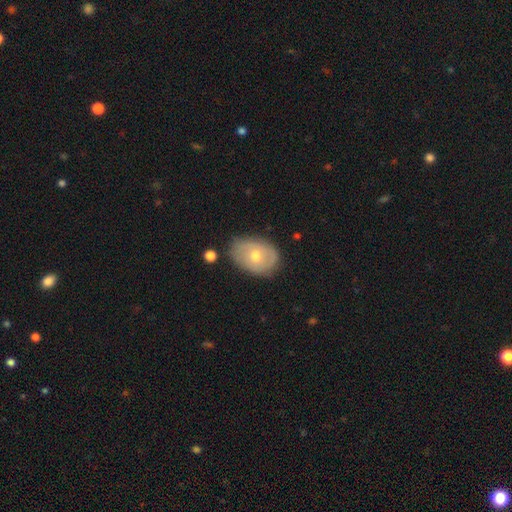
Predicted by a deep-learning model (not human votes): A smooth galaxy with no disk features (51%) that is in between round and cigar-shaped (72%).

Vote fractions:
- Smooth or featured? smooth: 51% / featured or disk: 41% / star or artifact: 8%
- How rounded? in between: 72% / round: 27% / cigar-shaped: 1%
- Merging? none: 70% / minor disturbance: 22% / major disturbance: 5% / merger: 3%